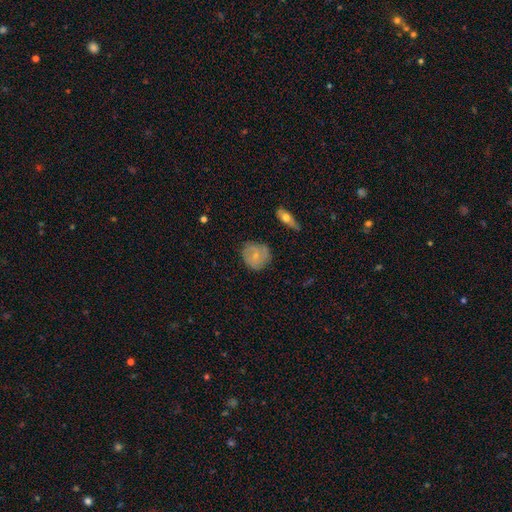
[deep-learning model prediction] The model was most divided on "smooth or featured": smooth: 51%, featured or disk: 42%, star or artifact: 7%. More confident: how rounded — round (84%); merging — none (74%).